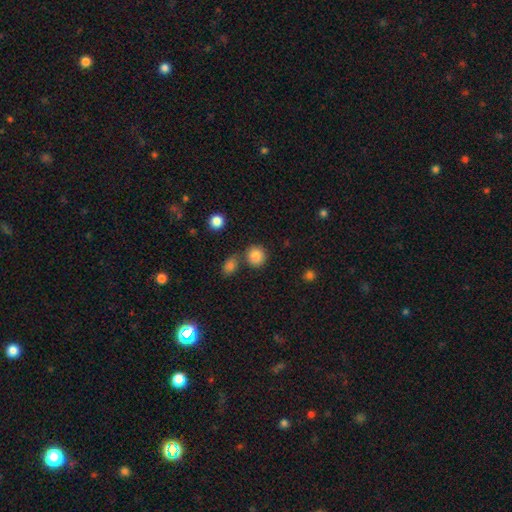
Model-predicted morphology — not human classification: smooth 85%, star or artifact 10%, featured or disk 4%. Down the decision tree: how rounded — round (88%); merging — none (75%).